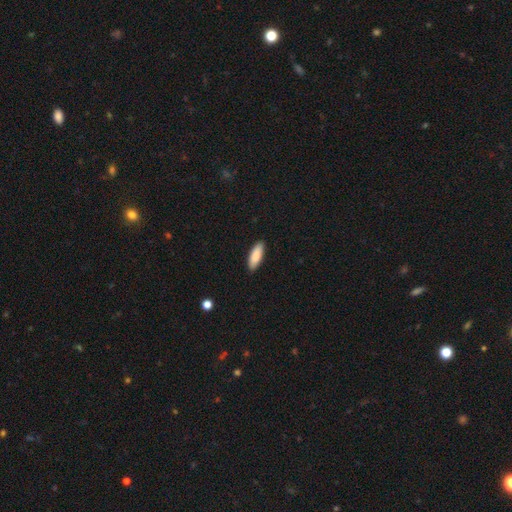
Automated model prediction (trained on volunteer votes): Smooth or featured: smooth — 88% (featured or disk — 7%)
How rounded: in between — 65% (cigar-shaped — 34%)
Merging: none — 89% (minor disturbance — 8%)